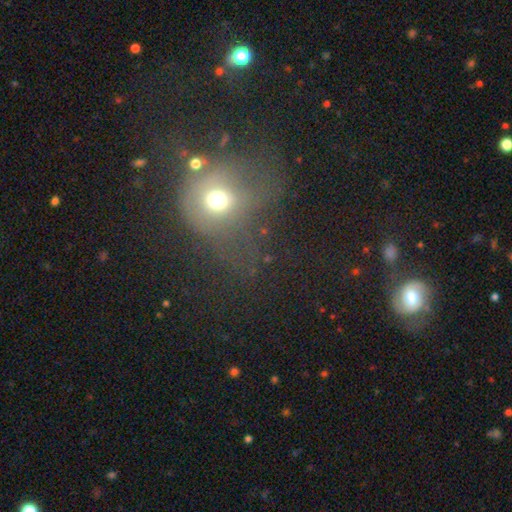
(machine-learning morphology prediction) This appears to be a smooth galaxy with no disk features (50%). Merging: none (42%).